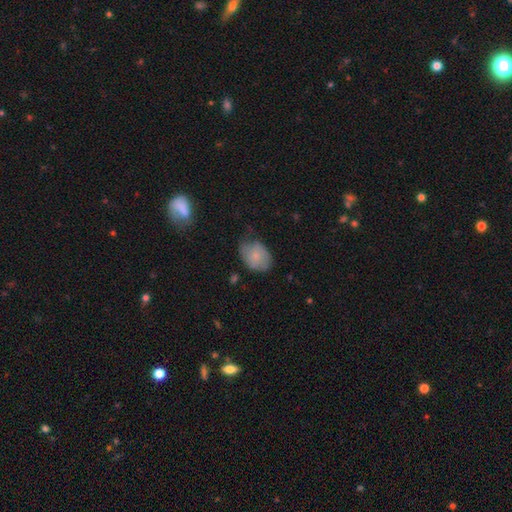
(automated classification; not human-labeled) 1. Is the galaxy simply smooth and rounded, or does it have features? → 73% smooth, 20% featured or disk, 7% star or artifact.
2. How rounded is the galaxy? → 70% in between, 29% round, 1% cigar-shaped.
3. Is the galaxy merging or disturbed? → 48% none, 37% minor disturbance, 12% major disturbance, 2% merger.